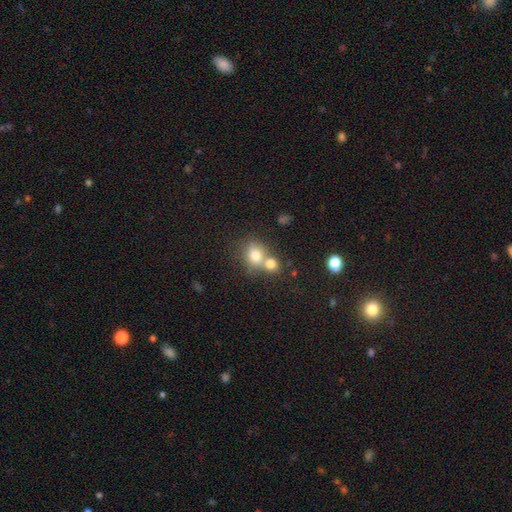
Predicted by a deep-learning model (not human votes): Smooth or featured? smooth (77%)
How rounded? round (69%)
Merging? merger (52%)